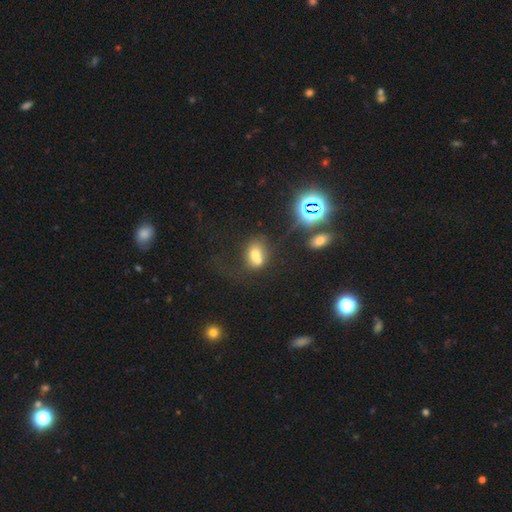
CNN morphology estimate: type=smooth (63%); roundness=in between (62%); merging=merger (44%).